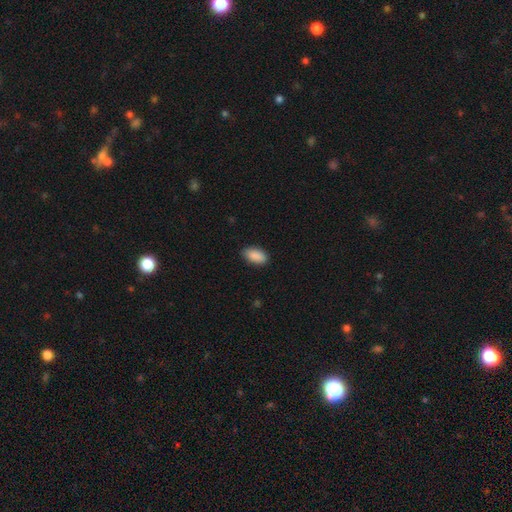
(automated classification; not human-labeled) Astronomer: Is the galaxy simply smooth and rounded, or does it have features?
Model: smooth — 90%.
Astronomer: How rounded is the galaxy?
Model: in between — 94%.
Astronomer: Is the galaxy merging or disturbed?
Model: none — 87%.